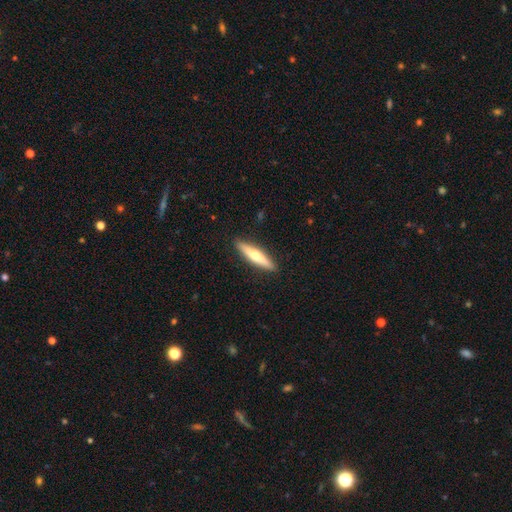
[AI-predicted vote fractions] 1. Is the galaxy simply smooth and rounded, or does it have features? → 53% smooth, 42% featured or disk, 5% star or artifact.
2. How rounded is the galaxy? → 83% cigar-shaped, 16% in between, 2% round.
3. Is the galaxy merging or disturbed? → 91% none, 7% minor disturbance, 1% major disturbance, 1% merger.